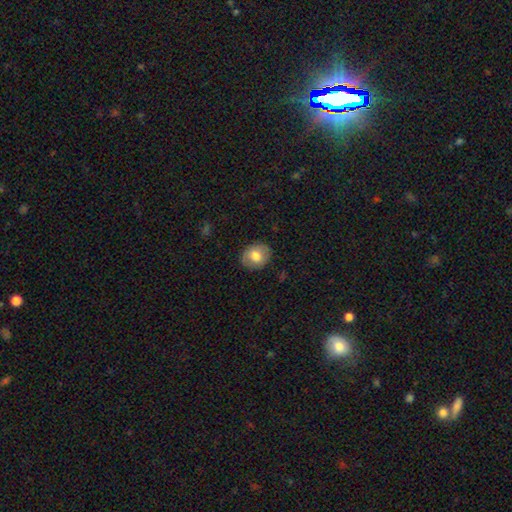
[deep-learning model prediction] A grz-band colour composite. It shows a smooth galaxy with no disk features (72%) that is round (59%). Merging: none (85%).